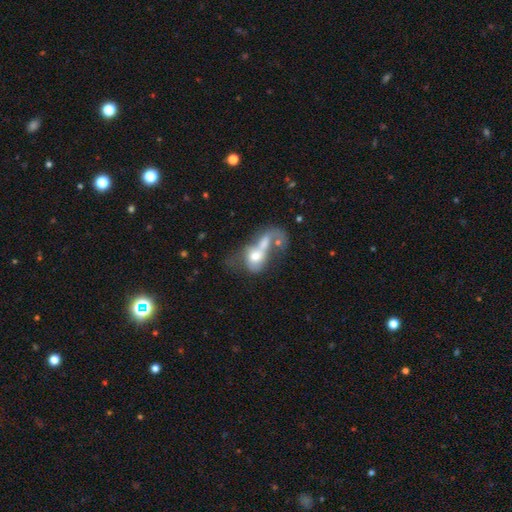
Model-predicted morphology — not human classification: Smooth or featured: smooth — 52% (featured or disk — 39%)
How rounded: in between — 64% (round — 32%)
Merging: merger — 69% (major disturbance — 18%)